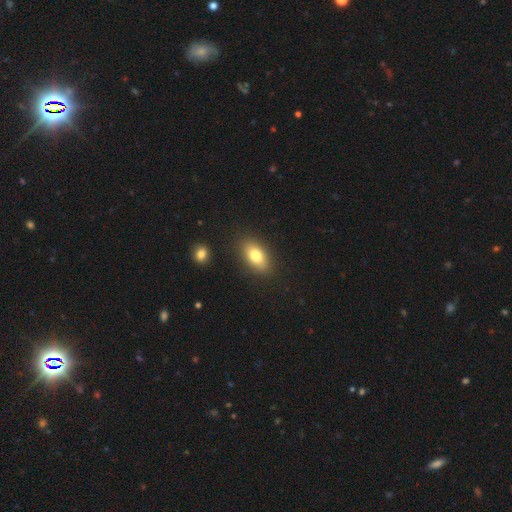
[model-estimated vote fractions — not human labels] This is likely a smooth galaxy (78%). How rounded: clearly in between (87%). Merging: clearly none (86%).